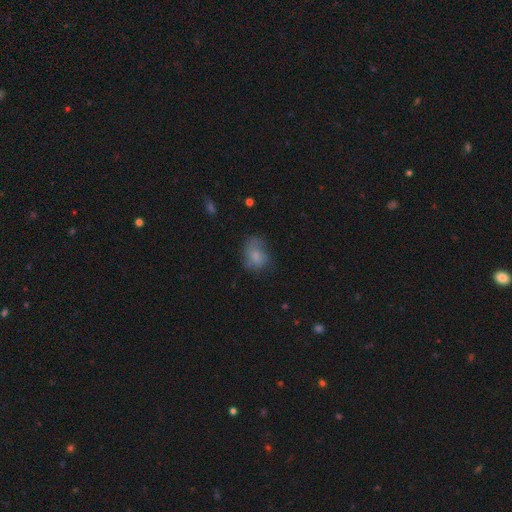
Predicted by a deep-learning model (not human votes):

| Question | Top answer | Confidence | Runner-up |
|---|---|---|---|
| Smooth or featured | smooth | 70% | featured or disk (20%) |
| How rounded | in between | 64% | round (35%) |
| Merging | none | 51% | minor disturbance (30%) |